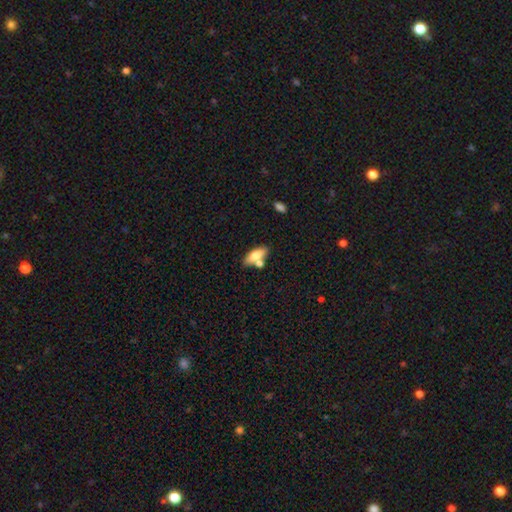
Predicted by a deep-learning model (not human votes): Q: Smooth or featured?
A: smooth (73%); runner-up: featured or disk (20%)
Q: How rounded?
A: in between (72%); runner-up: cigar-shaped (25%)
Q: Merging?
A: none (60%); runner-up: merger (23%)